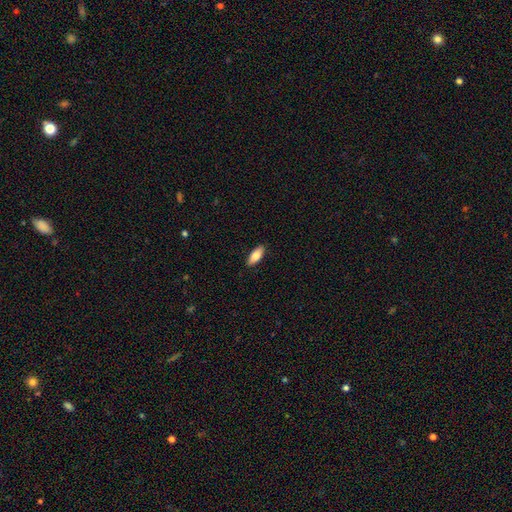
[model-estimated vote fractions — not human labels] Morphology: type=smooth (79%); roundness=in between (79%); merging=none (89%).